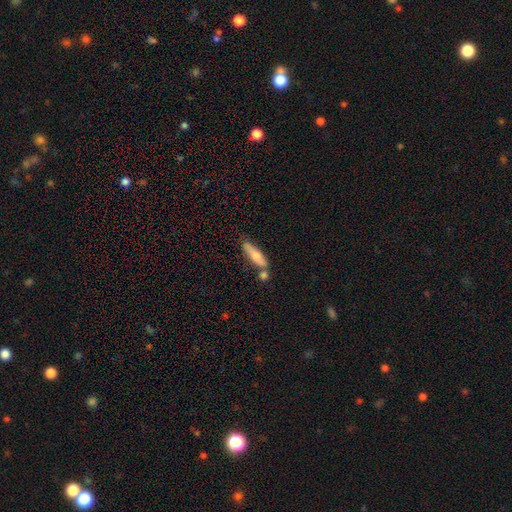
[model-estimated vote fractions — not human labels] A smooth galaxy with no disk features (71%) that is cigar-shaped (69%). Merging: none (59%).